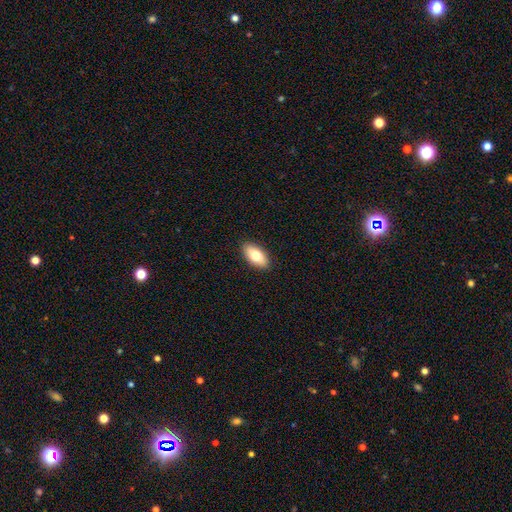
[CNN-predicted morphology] The model was most divided on "smooth or featured": smooth: 76%, featured or disk: 17%, star or artifact: 7%. More confident: how rounded — in between (92%); merging — none (90%).